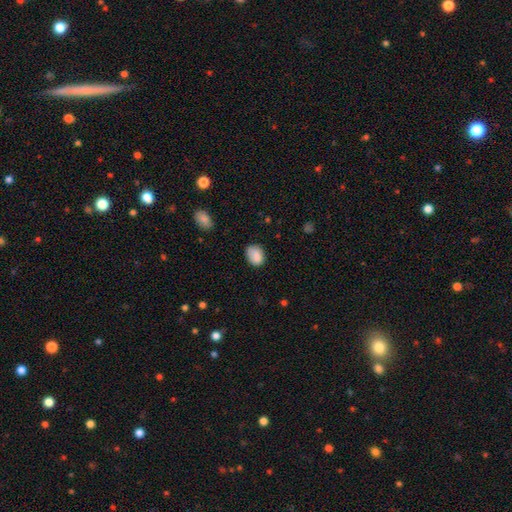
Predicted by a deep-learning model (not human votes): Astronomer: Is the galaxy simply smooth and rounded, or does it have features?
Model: smooth — 86%.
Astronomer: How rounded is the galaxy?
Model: in between — 69%.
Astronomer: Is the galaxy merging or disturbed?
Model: none — 73%.